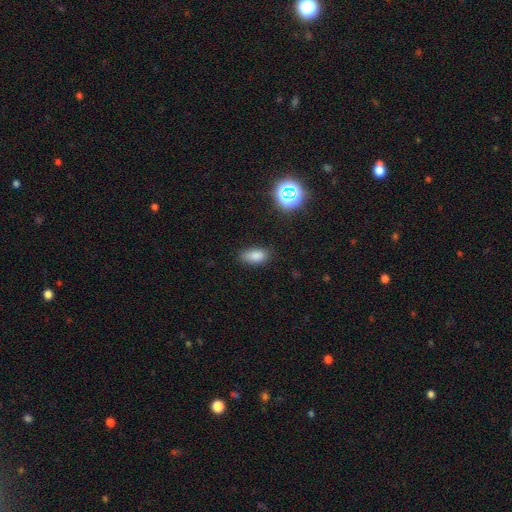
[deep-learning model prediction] Morphology: type=smooth (82%); roundness=in between (89%); merging=none (78%).